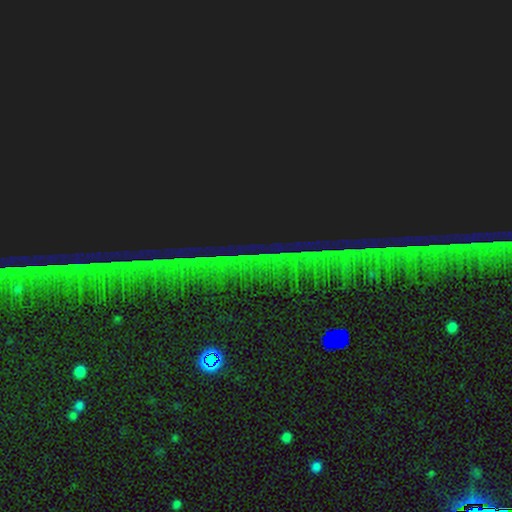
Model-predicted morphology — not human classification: This appears to be a star or artifact, not a galaxy (86%).